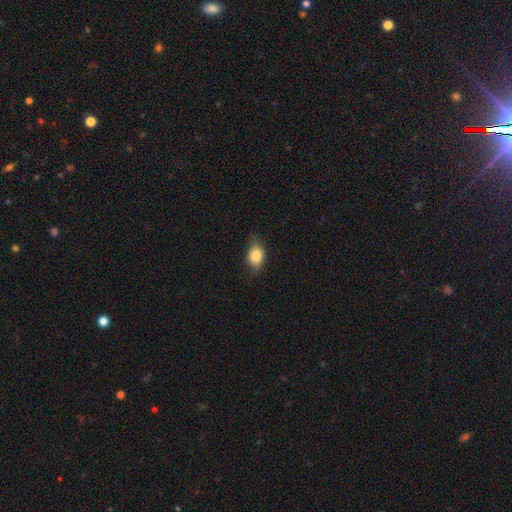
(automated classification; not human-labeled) smooth_or_featured: smooth (p=0.82) [alt: featured or disk p=0.09]
how_rounded: in between (p=0.72) [alt: round p=0.26]
merging: none (p=0.71) [alt: minor disturbance p=0.24]